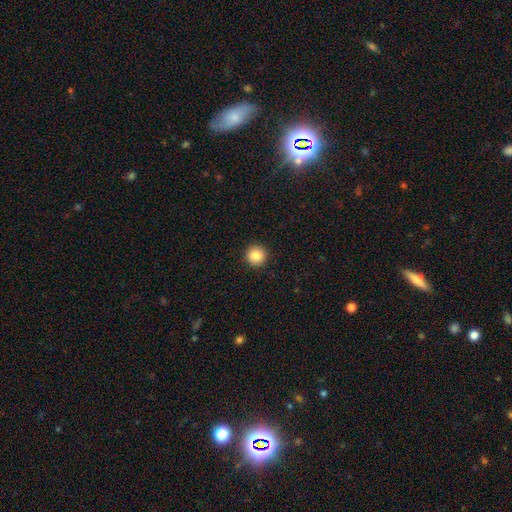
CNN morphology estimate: Smooth or featured: smooth — 87% (star or artifact — 9%)
How rounded: round — 96% (in between — 3%)
Merging: none — 93% (minor disturbance — 4%)